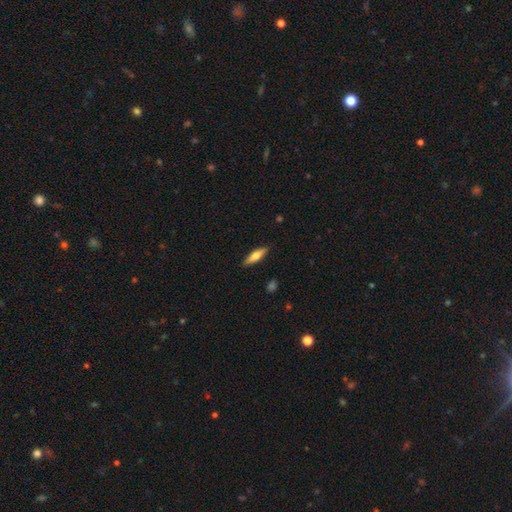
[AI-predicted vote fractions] Smooth or featured? Predicted: smooth (p=0.60). How rounded? Predicted: cigar-shaped (p=0.67). Merging? Predicted: none (p=0.88).